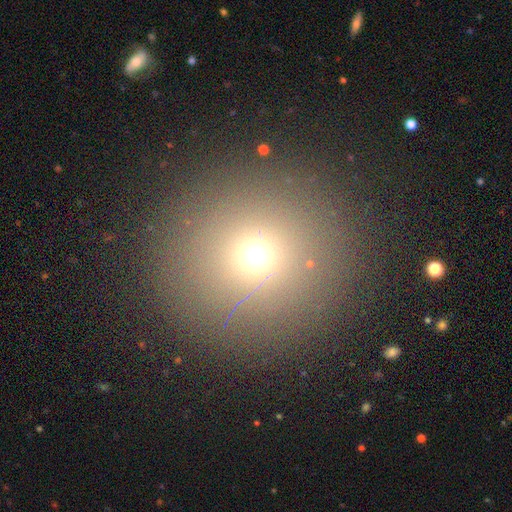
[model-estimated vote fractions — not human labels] Morphology: type=smooth (68%); roundness=round (93%); merging=none (89%).